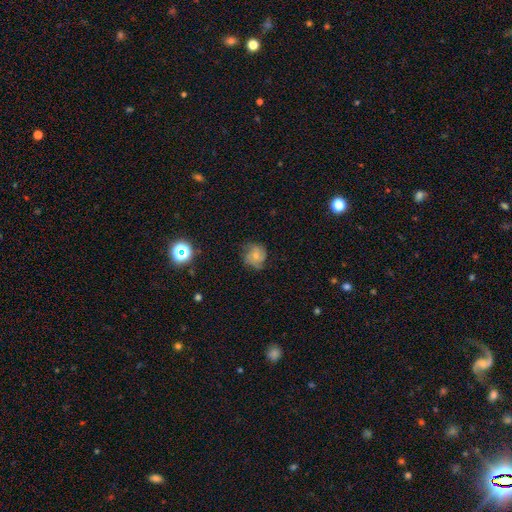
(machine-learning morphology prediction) A smooth galaxy with no disk features (45%). Merging: none (63%).